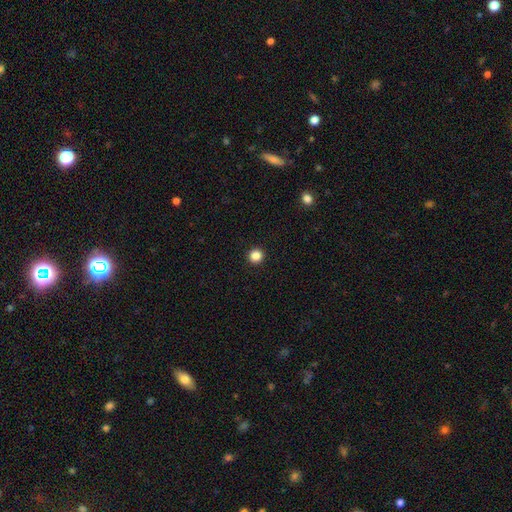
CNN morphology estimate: The model was most divided on "smooth or featured": smooth: 85%, star or artifact: 11%, featured or disk: 3%. More confident: how rounded — round (95%); merging — none (94%).